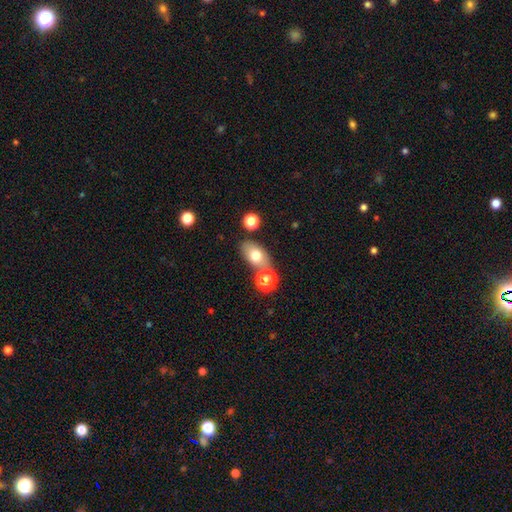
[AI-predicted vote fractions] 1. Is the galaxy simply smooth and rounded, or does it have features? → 72% smooth, 18% featured or disk, 10% star or artifact.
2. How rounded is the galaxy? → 84% in between, 14% round, 2% cigar-shaped.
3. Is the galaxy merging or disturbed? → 65% none, 18% merger, 13% minor disturbance, 4% major disturbance.